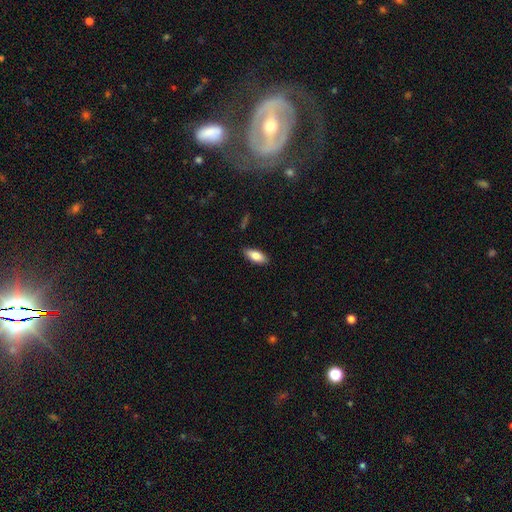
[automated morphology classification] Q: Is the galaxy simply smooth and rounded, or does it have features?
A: smooth — 81%.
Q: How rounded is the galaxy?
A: in between — 81%.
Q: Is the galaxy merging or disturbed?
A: none — 87%.